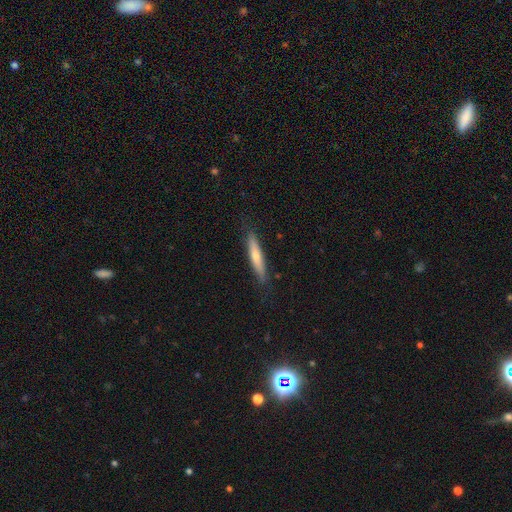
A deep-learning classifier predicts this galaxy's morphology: Q: Smooth or featured?
A: featured or disk (49%); runner-up: smooth (40%)
Q: Merging?
A: none (86%); runner-up: minor disturbance (11%)